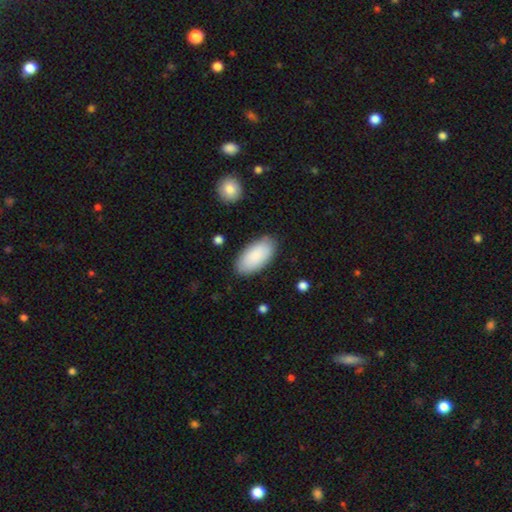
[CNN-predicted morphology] smooth-or-featured: smooth: 87% | featured or disk: 8% | star or artifact: 5%
  how-rounded: in between: 94% | cigar-shaped: 4% | round: 2%
  merging: none: 85% | minor disturbance: 11% | major disturbance: 3% | merger: 1%